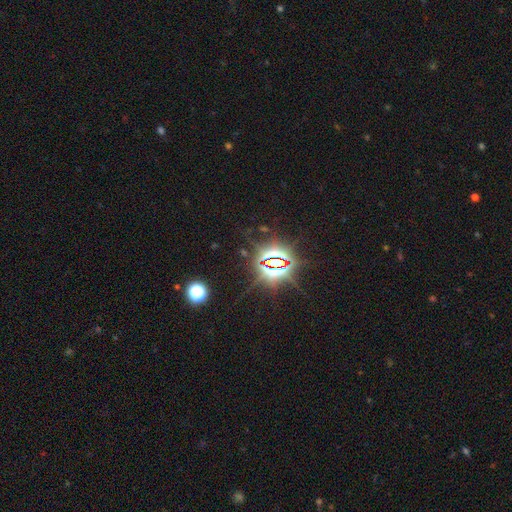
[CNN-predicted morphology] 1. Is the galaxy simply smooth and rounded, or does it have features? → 84% star or artifact, 9% smooth, 7% featured or disk.